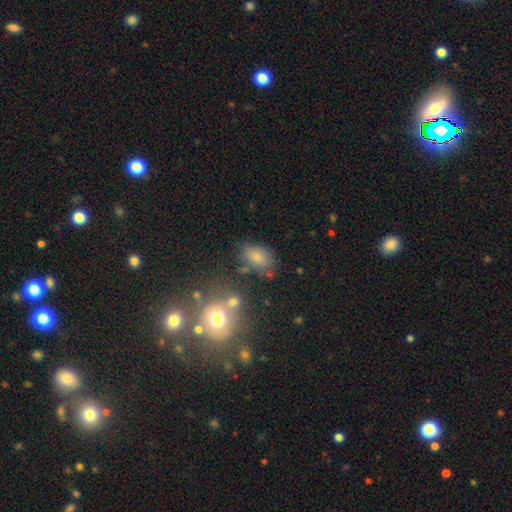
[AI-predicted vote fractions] A smooth galaxy with no disk features (68%) that is in between round and cigar-shaped (78%).

Vote fractions:
- Smooth or featured? smooth: 68% / star or artifact: 19% / featured or disk: 13%
- How rounded? in between: 78% / round: 20% / cigar-shaped: 2%
- Merging? none: 67% / minor disturbance: 17% / merger: 9% / major disturbance: 7%